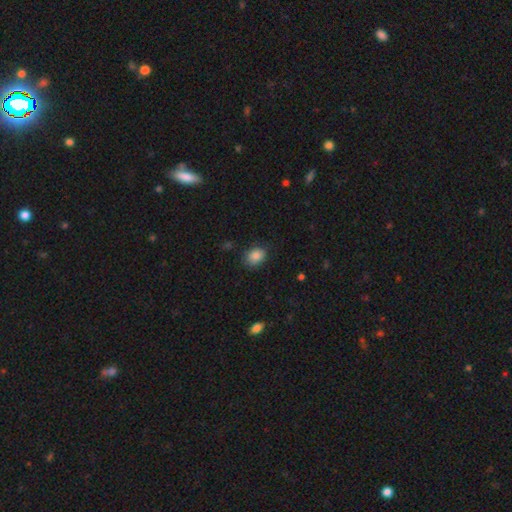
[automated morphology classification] smooth-or-featured: smooth: 86% | star or artifact: 9% | featured or disk: 5%
  how-rounded: in between: 58% | round: 41% | cigar-shaped: 1%
  merging: none: 80% | minor disturbance: 15% | major disturbance: 4% | merger: 1%